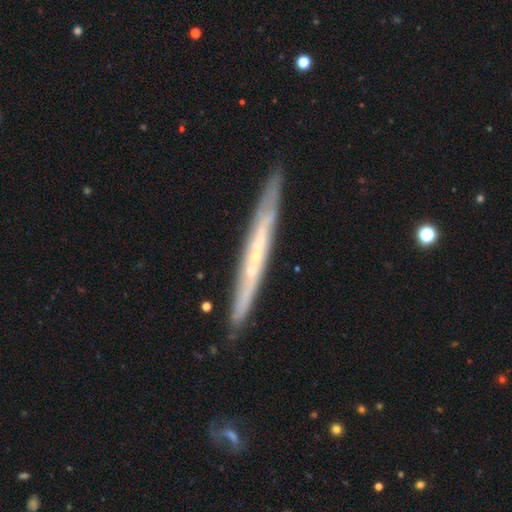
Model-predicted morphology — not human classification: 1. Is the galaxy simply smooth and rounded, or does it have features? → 70% featured or disk, 24% smooth, 6% star or artifact.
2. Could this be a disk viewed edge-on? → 89% yes, 11% no.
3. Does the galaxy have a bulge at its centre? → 67% none, 29% rounded, 4% boxy.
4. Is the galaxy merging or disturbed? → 87% none, 10% minor disturbance, 2% major disturbance, 1% merger.